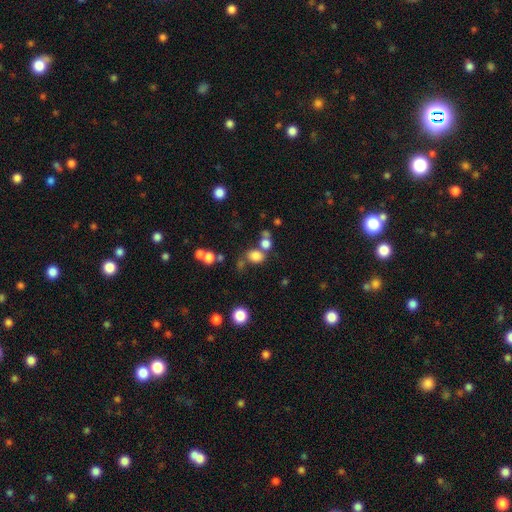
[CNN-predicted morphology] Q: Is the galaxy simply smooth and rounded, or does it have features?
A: smooth — 79%.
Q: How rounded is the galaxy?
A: in between — 54%.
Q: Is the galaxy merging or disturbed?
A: none — 55%.